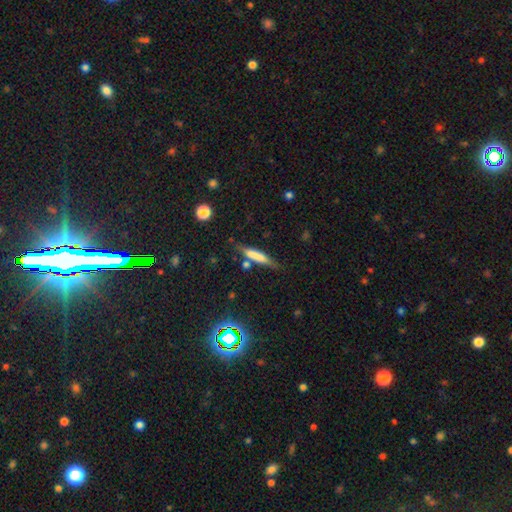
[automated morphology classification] A smooth galaxy with no disk features (64%) that is cigar-shaped (87%).

Vote fractions:
- Smooth or featured? smooth: 64% / featured or disk: 28% / star or artifact: 8%
- How rounded? cigar-shaped: 87% / in between: 11% / round: 2%
- Merging? none: 73% / minor disturbance: 16% / merger: 7% / major disturbance: 4%